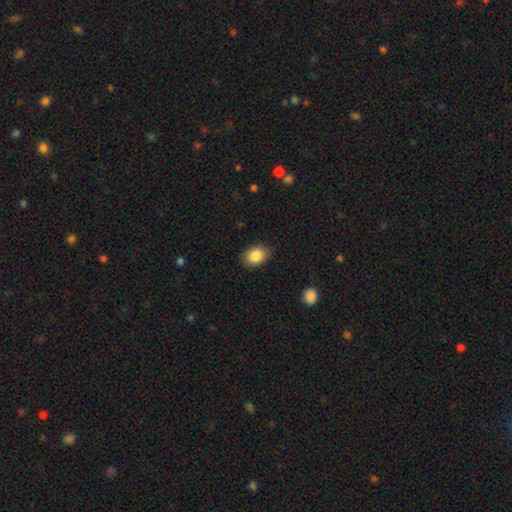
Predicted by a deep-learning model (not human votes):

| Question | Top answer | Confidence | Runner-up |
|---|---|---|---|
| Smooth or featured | smooth | 87% | star or artifact (8%) |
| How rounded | in between | 78% | round (21%) |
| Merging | none | 86% | minor disturbance (10%) |